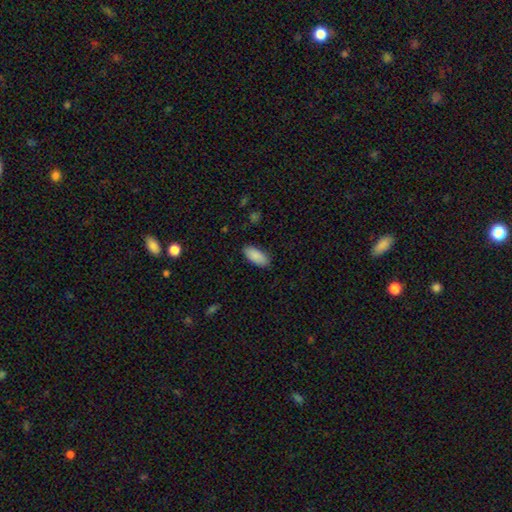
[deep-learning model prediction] smooth-or-featured: smooth: 90% | star or artifact: 6% | featured or disk: 4%
  how-rounded: in between: 89% | cigar-shaped: 10% | round: 2%
  merging: none: 88% | minor disturbance: 9% | major disturbance: 2% | merger: 1%